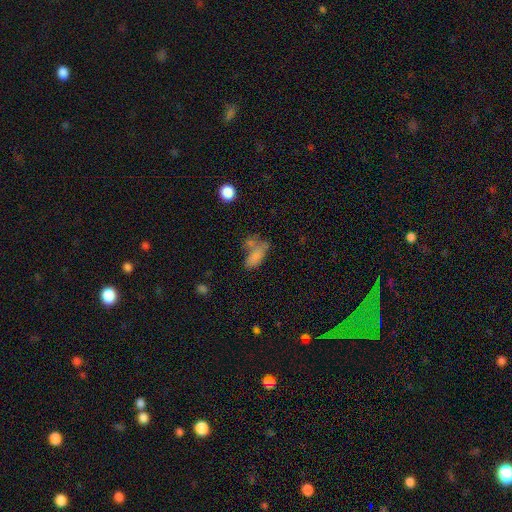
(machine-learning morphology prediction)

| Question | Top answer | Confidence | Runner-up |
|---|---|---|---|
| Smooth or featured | smooth | 74% | featured or disk (13%) |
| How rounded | in between | 83% | cigar-shaped (13%) |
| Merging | none | 38% | merger (30%) |